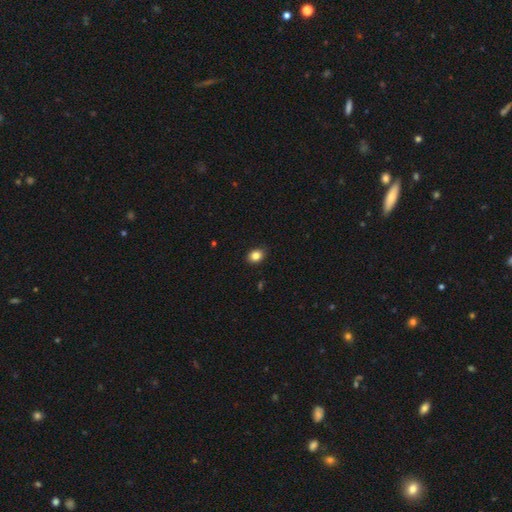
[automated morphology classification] Q: Smooth or featured?
A: smooth (85%); runner-up: star or artifact (10%)
Q: How rounded?
A: in between (52%); runner-up: round (47%)
Q: Merging?
A: none (89%); runner-up: minor disturbance (9%)